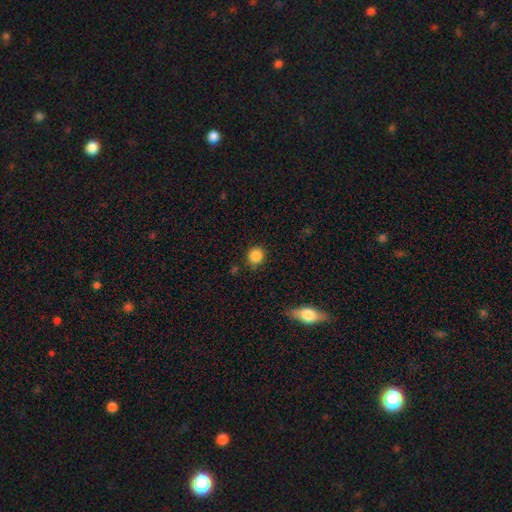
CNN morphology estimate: smooth_or_featured: smooth (p=0.86) [alt: star or artifact p=0.10]
how_rounded: round (p=0.85) [alt: in between p=0.14]
merging: none (p=0.86) [alt: minor disturbance p=0.10]